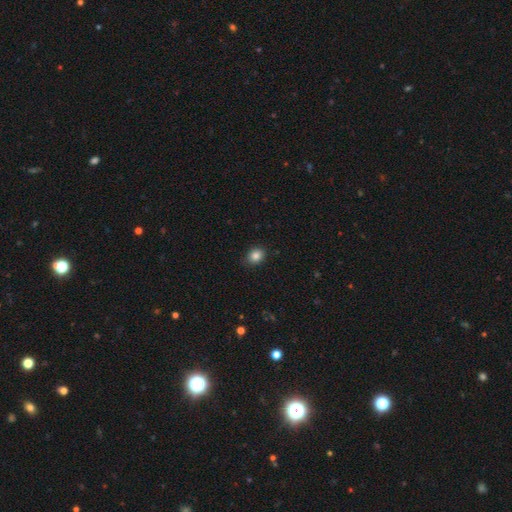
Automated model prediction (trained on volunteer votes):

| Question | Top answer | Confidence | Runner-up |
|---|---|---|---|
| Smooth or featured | smooth | 85% | star or artifact (10%) |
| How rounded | round | 61% | in between (38%) |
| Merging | none | 85% | minor disturbance (12%) |